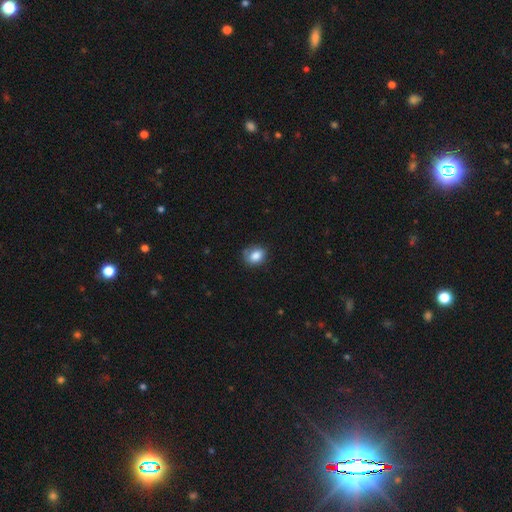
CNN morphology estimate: Smooth or featured? Predicted: smooth (p=0.82). How rounded? Predicted: in between (p=0.51). Merging? Predicted: none (p=0.65).